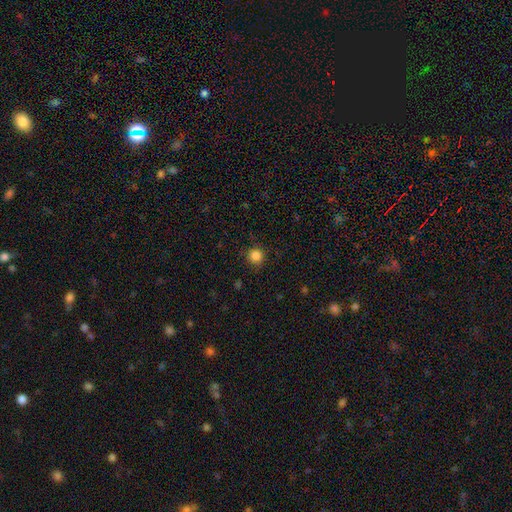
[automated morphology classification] smooth-or-featured: smooth: 84% | star or artifact: 12% | featured or disk: 4%
  how-rounded: round: 94% | in between: 5% | cigar-shaped: 1%
  merging: none: 89% | minor disturbance: 8% | major disturbance: 2% | merger: 1%